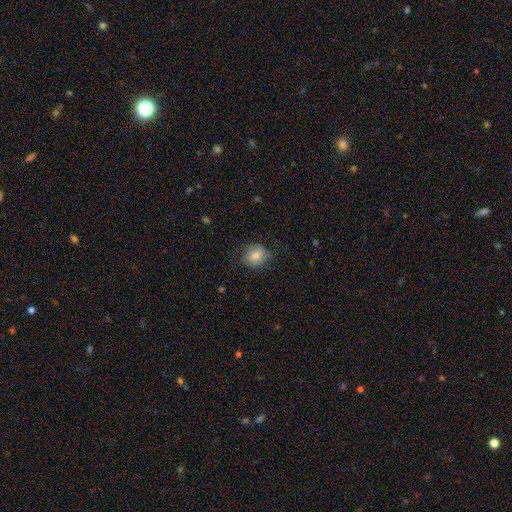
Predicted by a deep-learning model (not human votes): Smooth or featured? Predicted: smooth (p=0.75). How rounded? Predicted: round (p=0.61). Merging? Predicted: none (p=0.75).